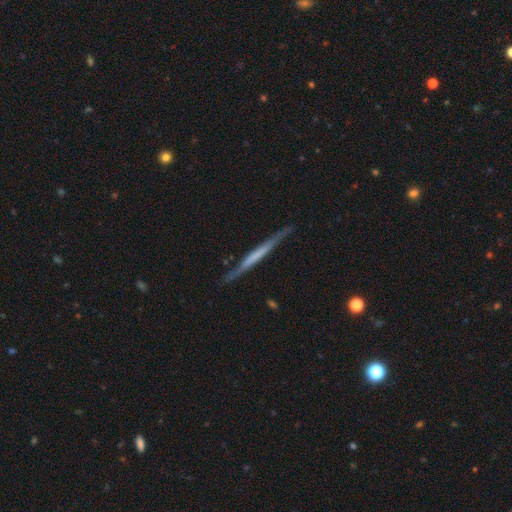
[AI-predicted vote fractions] A featured or disk galaxy (61%) viewed edge-on (95%) with no central bulge (78%).

Vote fractions:
- Smooth or featured? featured or disk: 61% / smooth: 33% / star or artifact: 6%
- Edge-on disk? yes: 95% / no: 5%
- Edge-on bulge? none: 78% / boxy: 13% / rounded: 9%
- Merging? none: 82% / minor disturbance: 13% / major disturbance: 3% / merger: 2%